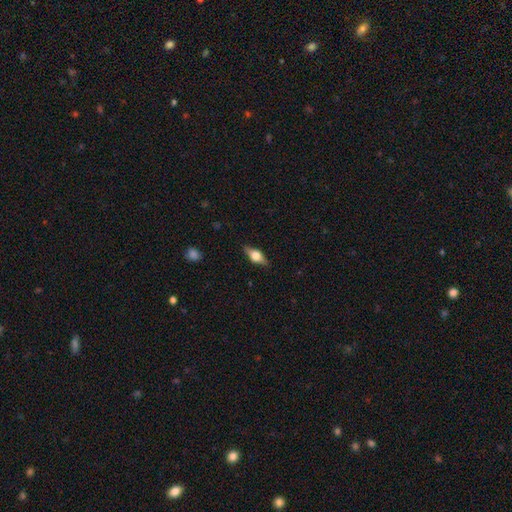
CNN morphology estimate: This appears to be a featured or disk galaxy (47%). Merging: none (85%).